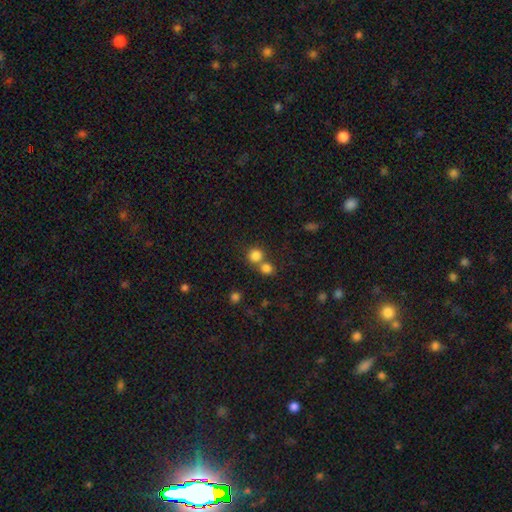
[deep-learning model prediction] This is clearly a smooth galaxy (81%). How rounded: clearly round (89%). Merging: possibly none (55%).